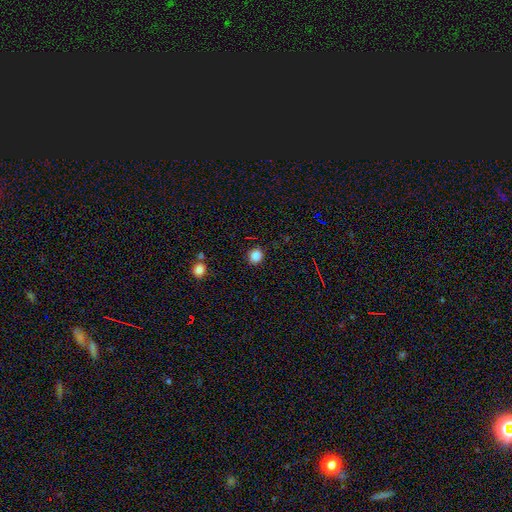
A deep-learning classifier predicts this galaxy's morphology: A smooth galaxy with no disk features (86%) that is round (81%).

Vote fractions:
- Smooth or featured? smooth: 86% / star or artifact: 11% / featured or disk: 3%
- How rounded? round: 81% / in between: 18% / cigar-shaped: 1%
- Merging? none: 88% / minor disturbance: 8% / major disturbance: 2% / merger: 2%